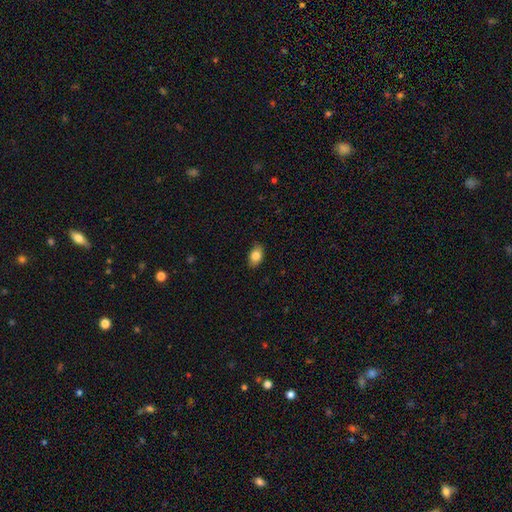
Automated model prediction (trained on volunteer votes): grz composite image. It shows a smooth galaxy with no disk features (84%) that is in between round and cigar-shaped (87%). Merging: none (84%).